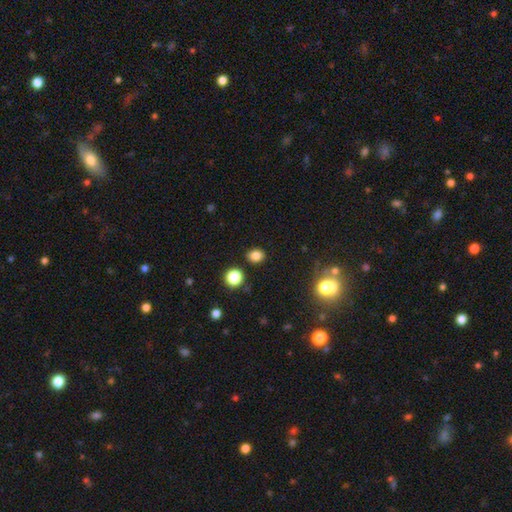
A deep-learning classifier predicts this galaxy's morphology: This appears to be a smooth galaxy with no disk features (81%) that is round (57%). Merging: none (87%).